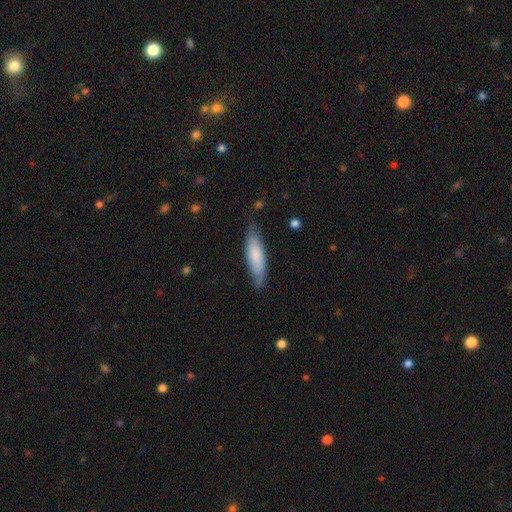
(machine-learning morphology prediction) type=smooth (75%); roundness=cigar-shaped (63%); merging=none (75%).